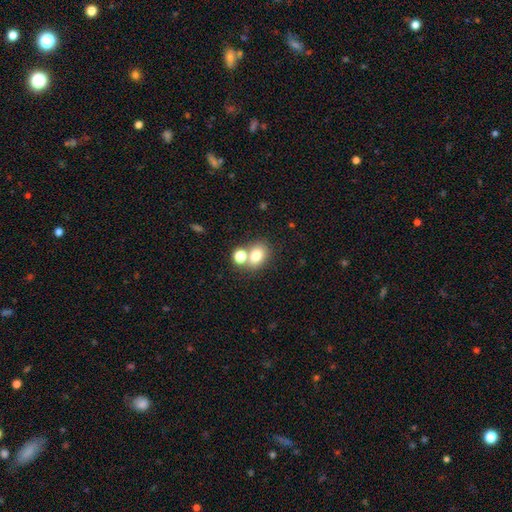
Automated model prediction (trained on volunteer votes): The model was most divided on "how rounded": round: 54%, in between: 45%, cigar-shaped: 1%. More confident: smooth or featured — smooth (76%); merging — none (54%).